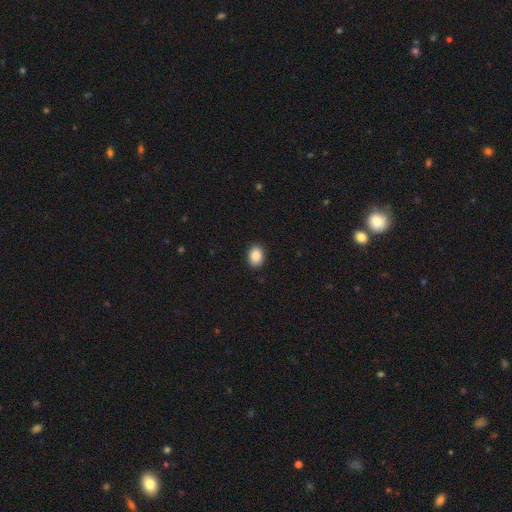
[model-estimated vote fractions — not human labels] Smooth or featured? Predicted: smooth (p=0.88). How rounded? Predicted: in between (p=0.71). Merging? Predicted: none (p=0.90).